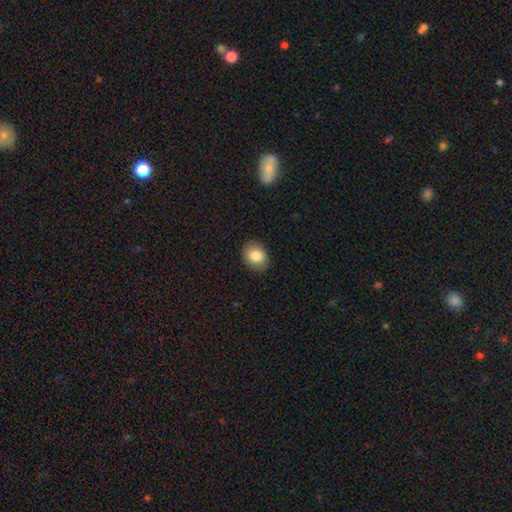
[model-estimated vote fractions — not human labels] Smooth or featured? smooth (84%)
How rounded? in between (54%)
Merging? none (88%)